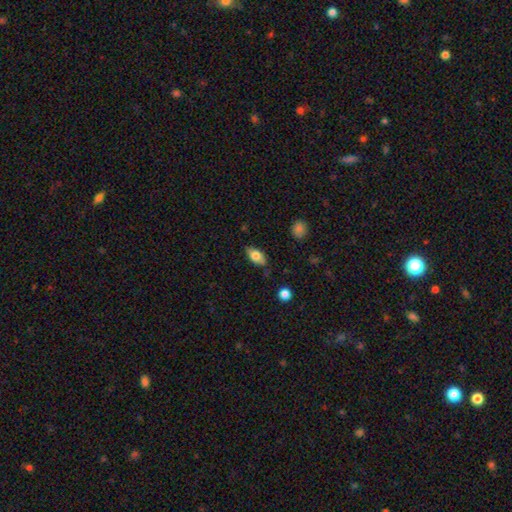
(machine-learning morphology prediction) type=smooth (74%); roundness=in between (89%); merging=none (77%).